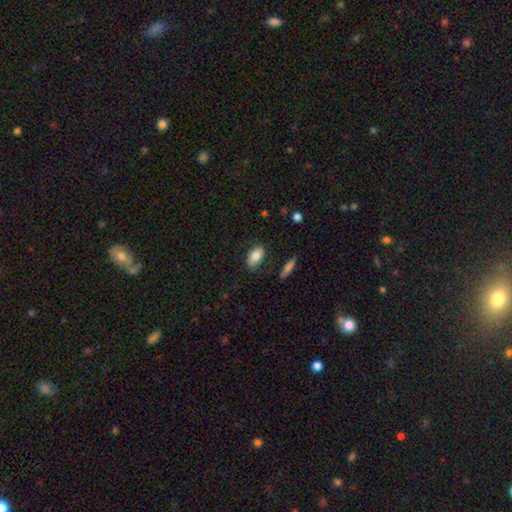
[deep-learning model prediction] smooth_or_featured: smooth (p=0.80) [alt: featured or disk p=0.13]
how_rounded: in between (p=0.90) [alt: round p=0.06]
merging: none (p=0.78) [alt: minor disturbance p=0.16]